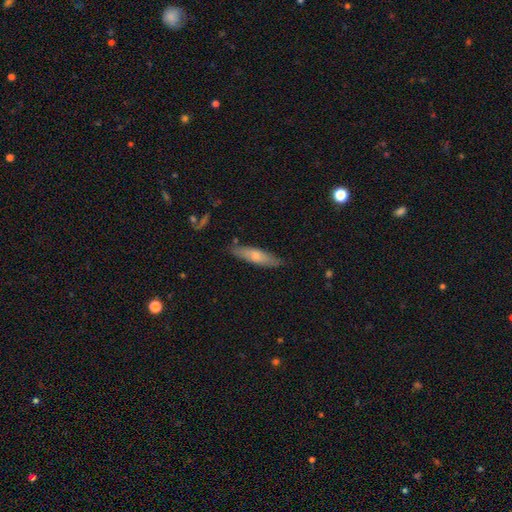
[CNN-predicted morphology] Smooth or featured? Predicted: smooth (p=0.66). How rounded? Predicted: cigar-shaped (p=0.71). Merging? Predicted: none (p=0.83).